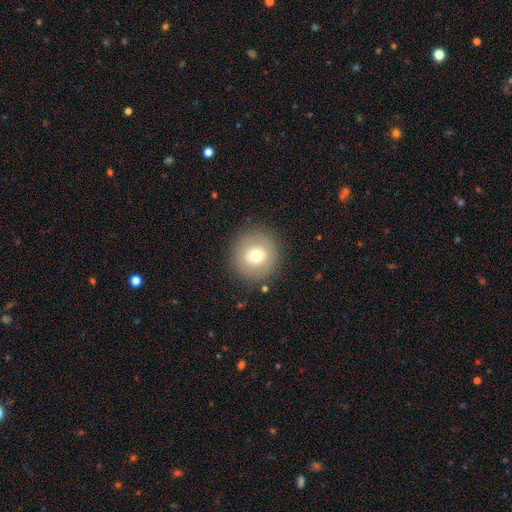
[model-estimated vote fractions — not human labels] smooth 71%, featured or disk 18%, star or artifact 11%. Down the decision tree: how rounded — round (95%); merging — none (88%).